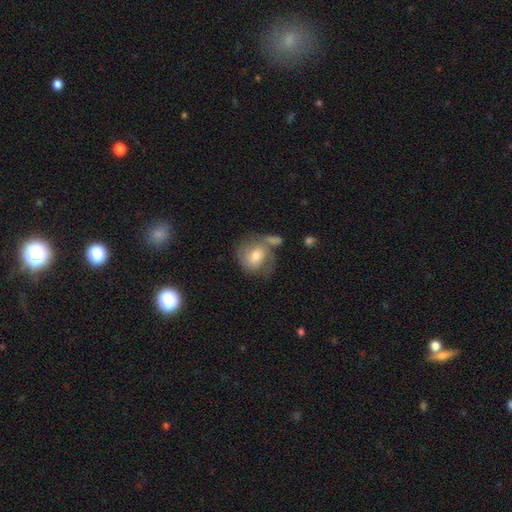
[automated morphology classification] A smooth galaxy with no disk features (55%) that is round (67%). Merging: none (43%).